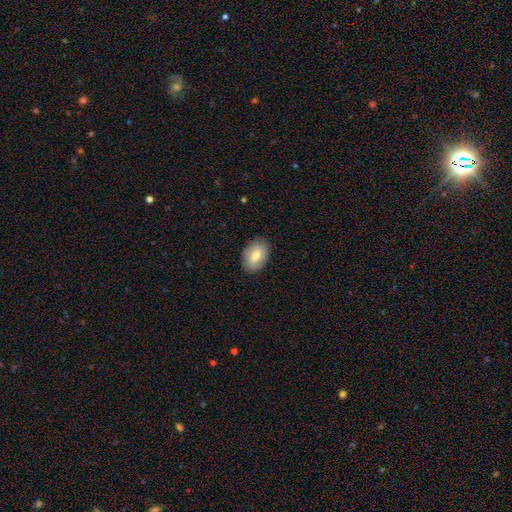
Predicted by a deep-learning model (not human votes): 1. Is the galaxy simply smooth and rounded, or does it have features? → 74% smooth, 19% featured or disk, 7% star or artifact.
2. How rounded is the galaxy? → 86% in between, 13% round, 1% cigar-shaped.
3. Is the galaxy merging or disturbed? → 87% none, 10% minor disturbance, 2% major disturbance, 1% merger.